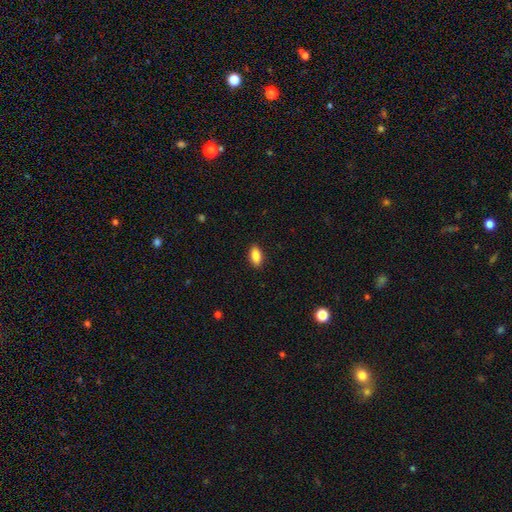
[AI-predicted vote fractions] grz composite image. It shows a smooth galaxy with no disk features (88%) that is in between round and cigar-shaped (89%). Merging: none (89%).